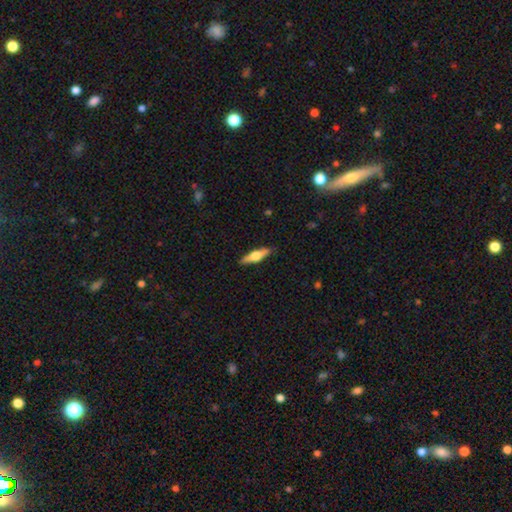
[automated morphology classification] This appears to be a featured or disk galaxy (55%) viewed edge-on (95%) with a rounded central bulge (94%). Merging: none (89%).